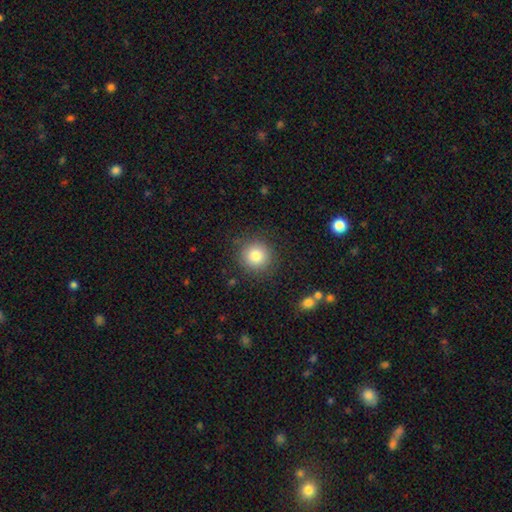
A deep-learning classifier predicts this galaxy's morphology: smooth_or_featured: smooth (p=0.82) [alt: star or artifact p=0.11]
how_rounded: round (p=0.93) [alt: in between p=0.06]
merging: none (p=0.87) [alt: minor disturbance p=0.09]